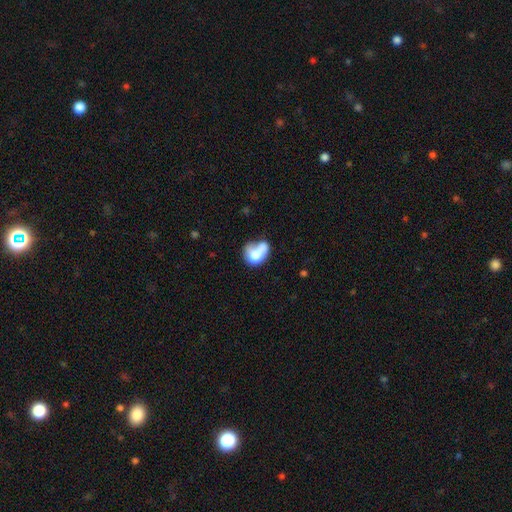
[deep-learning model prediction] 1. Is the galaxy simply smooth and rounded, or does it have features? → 65% smooth, 25% featured or disk, 10% star or artifact.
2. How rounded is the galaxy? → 60% in between, 38% round, 2% cigar-shaped.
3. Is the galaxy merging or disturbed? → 43% merger, 21% none, 20% major disturbance, 17% minor disturbance.